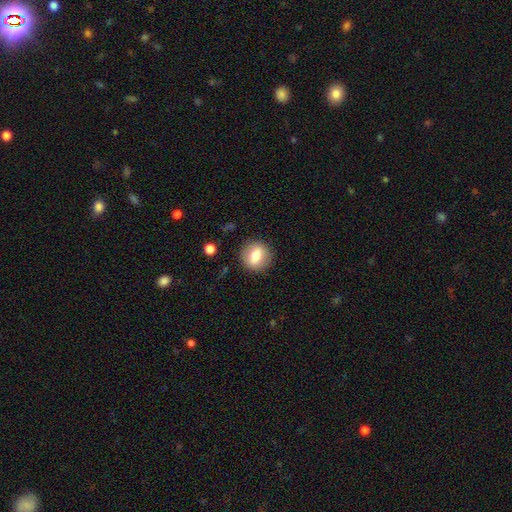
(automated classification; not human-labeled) Smooth or featured?
  - smooth: 73% *
  - featured or disk: 19%
  - star or artifact: 8%
How rounded?
  - round: 77% *
  - in between: 21%
  - cigar-shaped: 2%
Merging?
  - none: 87% *
  - minor disturbance: 8%
  - major disturbance: 3%
  - merger: 1%